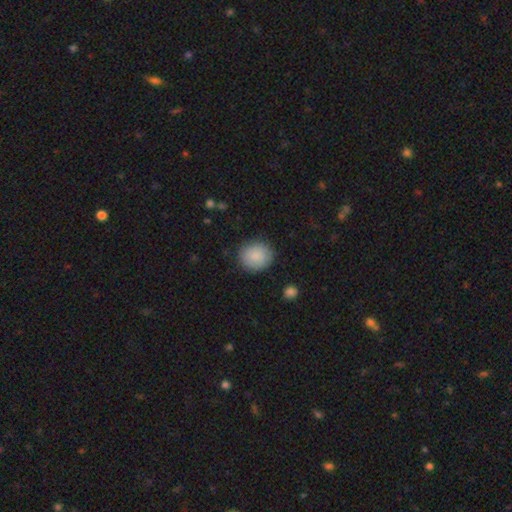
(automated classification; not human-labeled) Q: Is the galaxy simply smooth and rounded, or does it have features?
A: smooth — 86%.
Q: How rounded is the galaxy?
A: round — 79%.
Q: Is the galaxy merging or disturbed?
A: none — 86%.